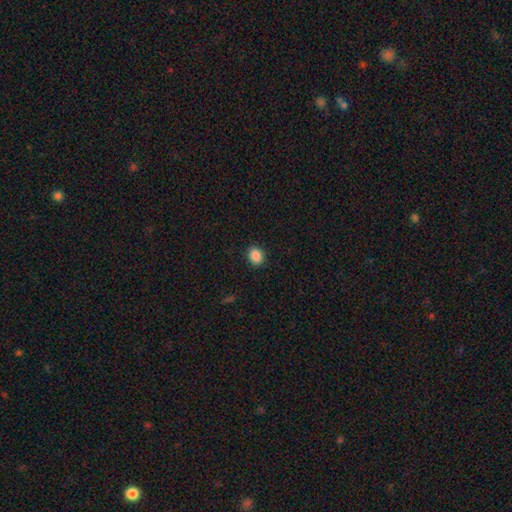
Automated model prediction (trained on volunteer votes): Overall: smooth (88%). How rounded: in between (54%; round 45%). Merging: none (89%).